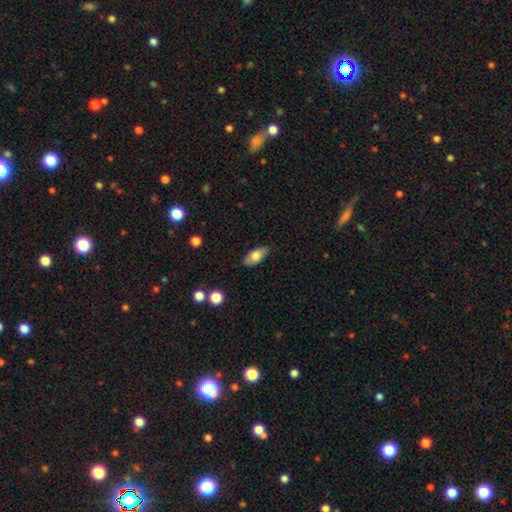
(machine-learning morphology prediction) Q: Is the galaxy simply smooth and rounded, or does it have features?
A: smooth — 72%.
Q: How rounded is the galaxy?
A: in between — 89%.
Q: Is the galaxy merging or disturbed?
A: none — 84%.